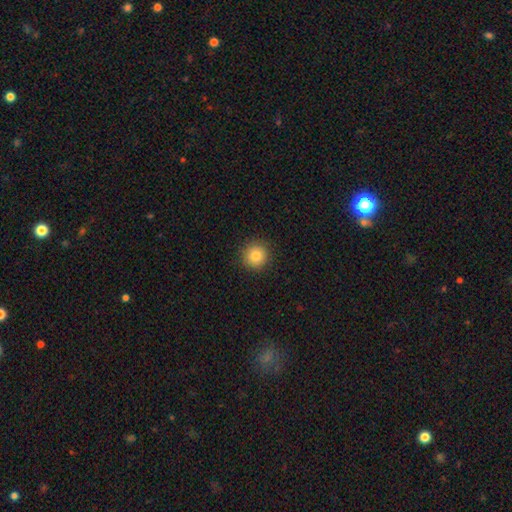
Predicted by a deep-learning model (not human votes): A smooth galaxy with no disk features (84%) that is round (94%). Merging: none (91%).